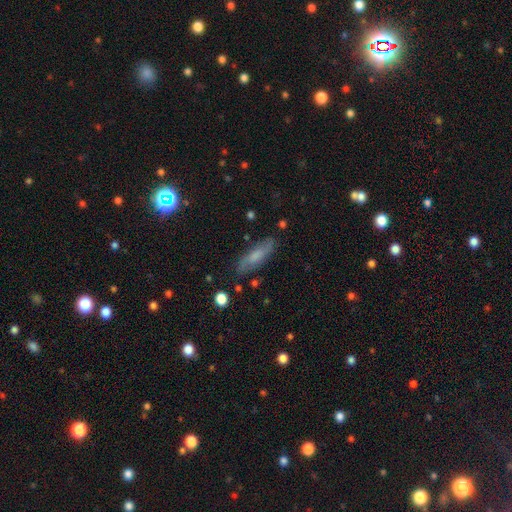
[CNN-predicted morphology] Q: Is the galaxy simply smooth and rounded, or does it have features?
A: smooth — 56%.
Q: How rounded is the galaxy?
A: cigar-shaped — 53%.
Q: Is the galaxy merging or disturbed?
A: none — 80%.